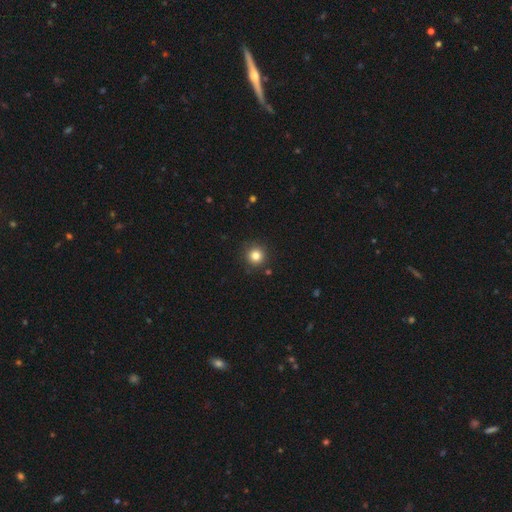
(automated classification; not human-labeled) A smooth galaxy with no disk features (82%) that is round (95%). Merging: none (90%).